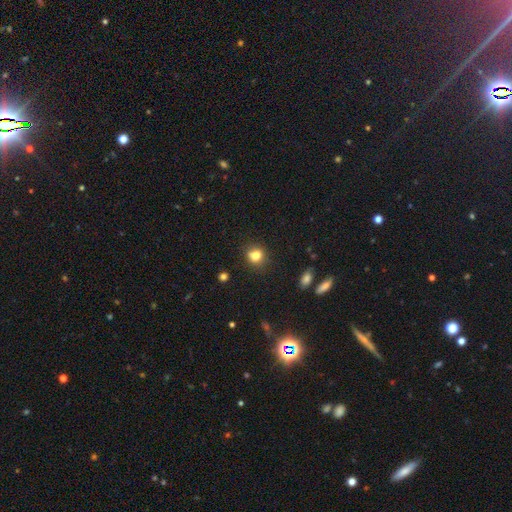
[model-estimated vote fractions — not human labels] A smooth galaxy with no disk features (79%) that is round (73%).

Vote fractions:
- Smooth or featured? smooth: 79% / star or artifact: 13% / featured or disk: 8%
- How rounded? round: 73% / in between: 26% / cigar-shaped: 1%
- Merging? none: 78% / minor disturbance: 14% / merger: 5% / major disturbance: 4%